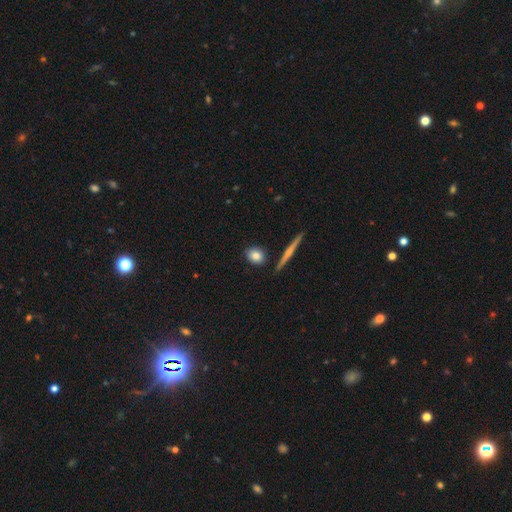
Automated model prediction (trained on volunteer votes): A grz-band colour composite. It shows a smooth galaxy with no disk features (81%) that is in between round and cigar-shaped (46%, tied with round). Merging: none (84%).